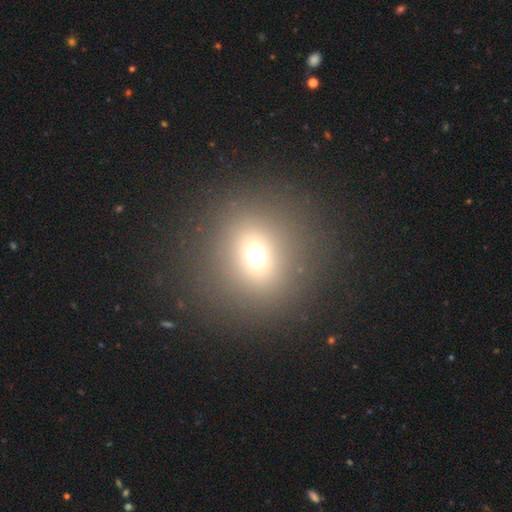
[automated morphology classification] Smooth or featured: smooth — 66% (star or artifact — 25%)
How rounded: round — 86% (in between — 13%)
Merging: none — 87% (minor disturbance — 6%)